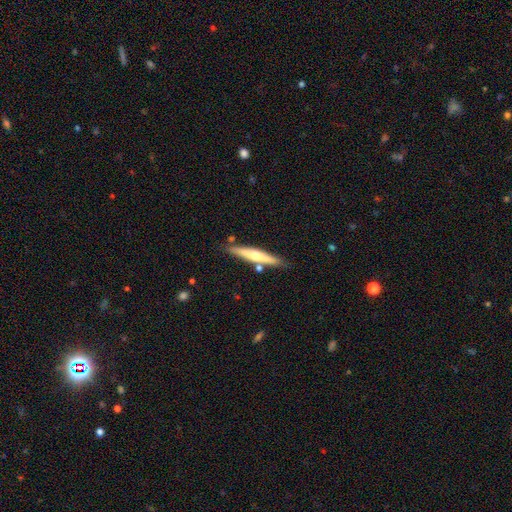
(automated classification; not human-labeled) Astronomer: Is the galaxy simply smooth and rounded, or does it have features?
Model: featured or disk — 50% (runner-up: smooth, 44%).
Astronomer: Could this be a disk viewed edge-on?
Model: yes — 93%.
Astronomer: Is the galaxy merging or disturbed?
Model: none — 79%.